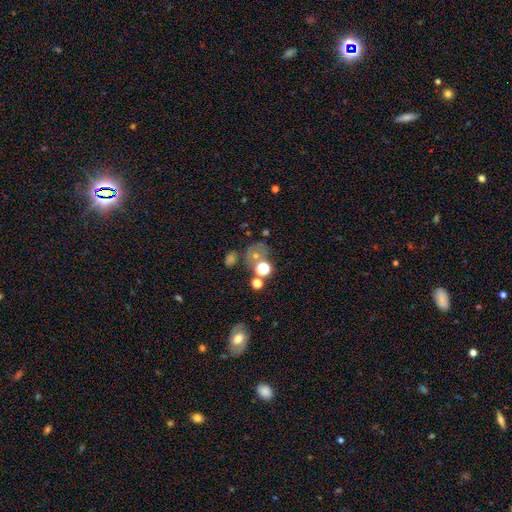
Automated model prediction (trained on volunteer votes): smooth-or-featured: smooth: 40% | star or artifact: 39% | featured or disk: 21%
  merging: none: 49% | merger: 20% | major disturbance: 15% | minor disturbance: 15%